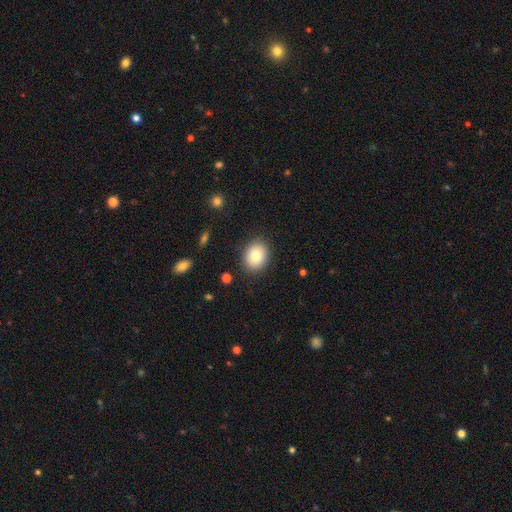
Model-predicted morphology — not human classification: The model was most divided on "how rounded": round: 56%, in between: 43%, cigar-shaped: 1%. More confident: merging — none (88%); smooth or featured — smooth (80%).